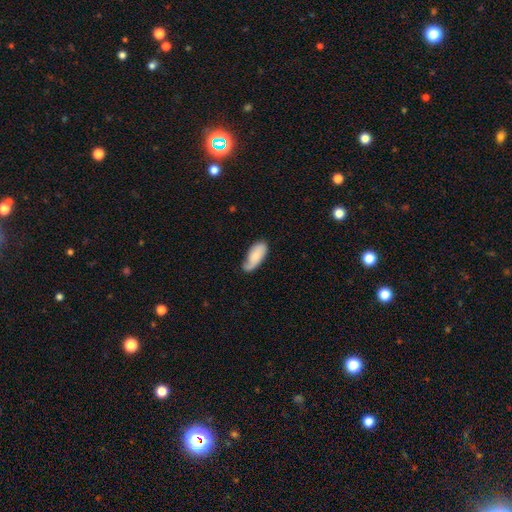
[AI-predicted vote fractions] Morphology: type=smooth (68%); roundness=in between (89%); merging=none (56%).